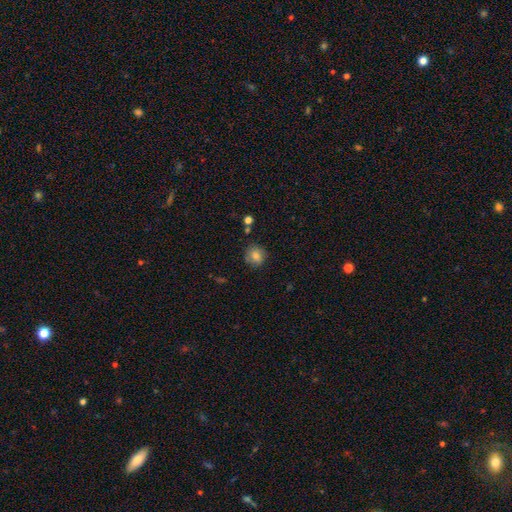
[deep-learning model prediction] The model was most divided on "smooth or featured": smooth: 80%, star or artifact: 10%, featured or disk: 9%. More confident: how rounded — round (86%); merging — none (82%).